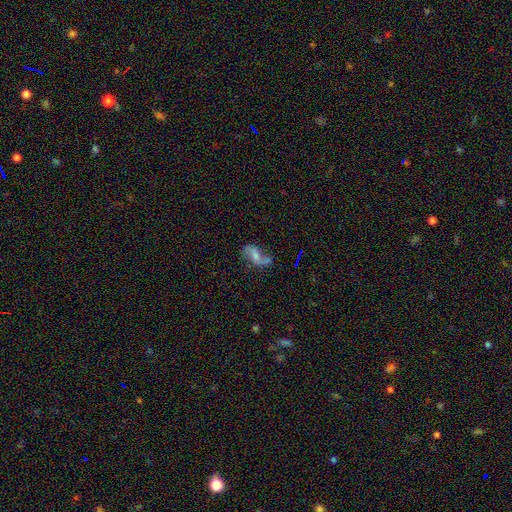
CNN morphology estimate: smooth_or_featured: featured or disk (p=0.72) [alt: smooth p=0.20]
disk_edge_on: no (p=0.95) [alt: yes p=0.05]
bar: weak (p=0.42) [alt: no p=0.41]
has_spiral_arms: yes (p=0.91) [alt: no p=0.09]
spiral_winding: loose (p=0.81) [alt: medium p=0.15]
spiral_arm_count: 2 (p=0.88) [alt: 1 p=0.06]
bulge_size: small (p=0.38) [alt: moderate p=0.36]
merging: none (p=0.60) [alt: minor disturbance p=0.20]